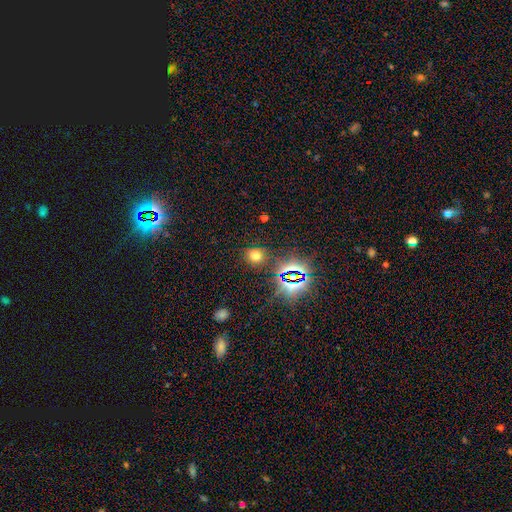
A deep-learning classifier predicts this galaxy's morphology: Smooth or featured? Predicted: smooth (p=0.61). How rounded? Predicted: round (p=0.71). Merging? Predicted: none (p=0.83).